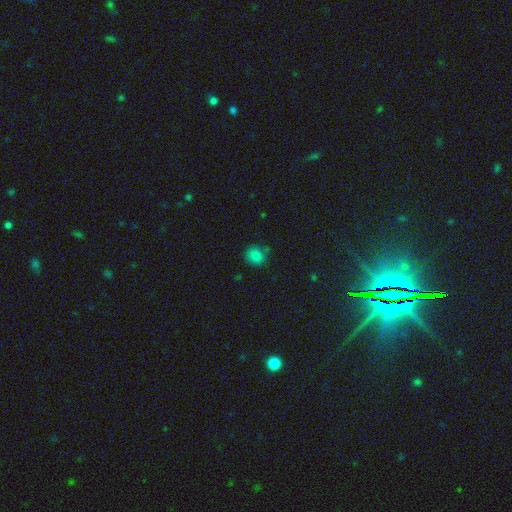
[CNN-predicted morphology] type=smooth (82%); roundness=round (78%); merging=none (78%).